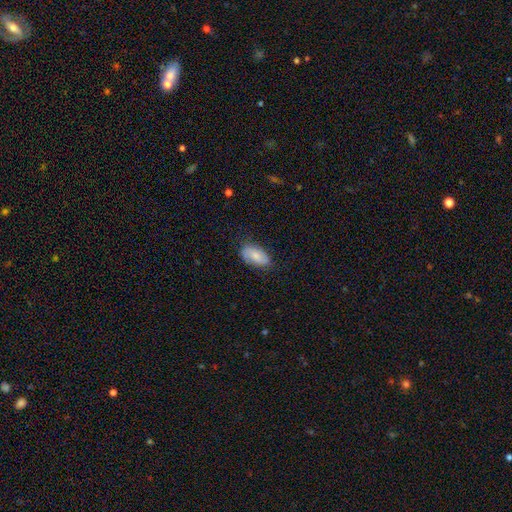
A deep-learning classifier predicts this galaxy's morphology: smooth_or_featured: smooth (p=0.67) [alt: featured or disk p=0.26]
how_rounded: in between (p=0.93) [alt: round p=0.04]
merging: none (p=0.75) [alt: minor disturbance p=0.20]